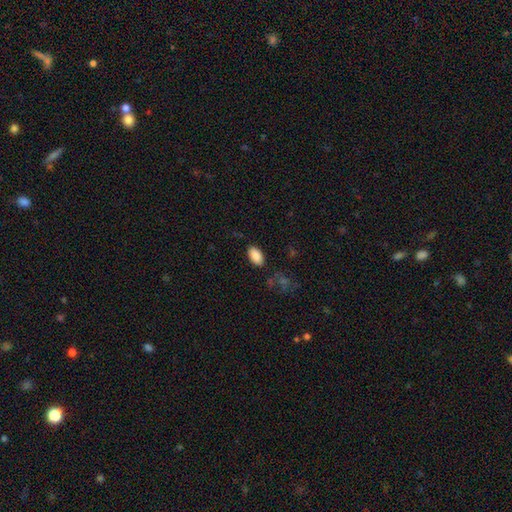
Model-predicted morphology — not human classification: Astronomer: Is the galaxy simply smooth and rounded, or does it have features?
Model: smooth — 88%.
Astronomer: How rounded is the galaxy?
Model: in between — 94%.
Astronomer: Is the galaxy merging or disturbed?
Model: none — 84%.